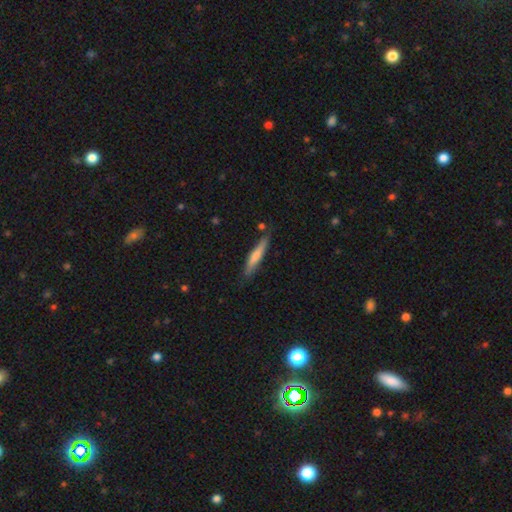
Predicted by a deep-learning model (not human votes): Overall: smooth (57%; featured or disk 37%). How rounded: cigar-shaped (93%). Merging: none (84%).